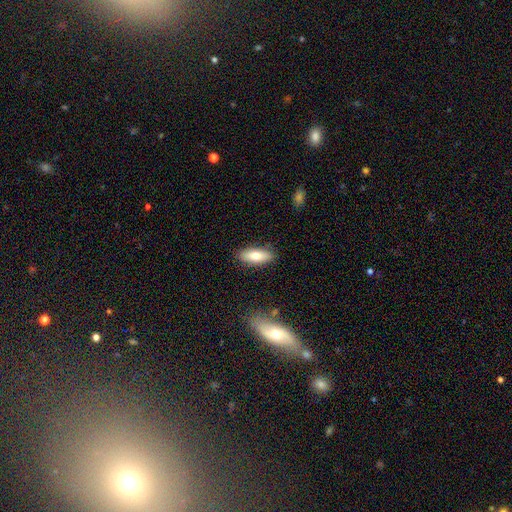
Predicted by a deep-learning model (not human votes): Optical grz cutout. It shows a smooth galaxy with no disk features (78%) that is in between round and cigar-shaped (75%). Merging: none (85%).